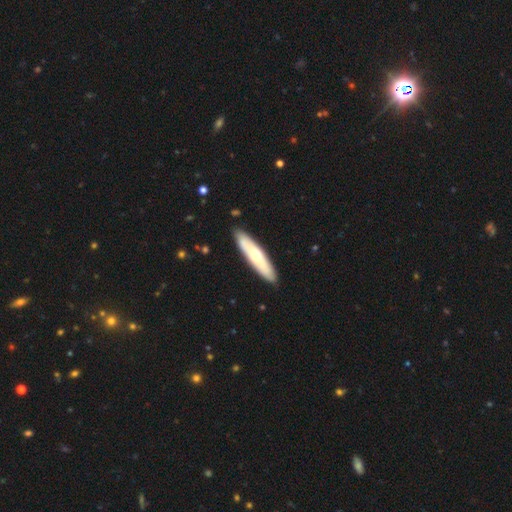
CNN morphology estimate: Smooth or featured: smooth — 54% (featured or disk — 41%)
How rounded: cigar-shaped — 77% (in between — 21%)
Merging: none — 89% (minor disturbance — 8%)